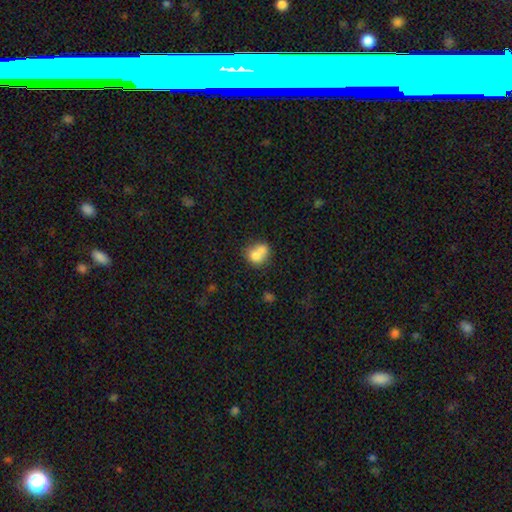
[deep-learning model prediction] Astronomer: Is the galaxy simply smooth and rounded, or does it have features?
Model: smooth — 72%.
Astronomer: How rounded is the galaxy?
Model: round — 63%.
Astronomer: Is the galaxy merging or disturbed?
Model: merger — 61%.